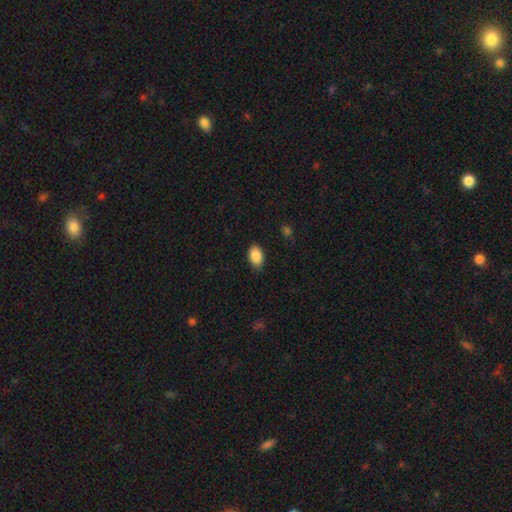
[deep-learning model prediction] smooth 89%, star or artifact 7%, featured or disk 4%. Down the decision tree: how rounded — in between (91%); merging — none (84%).